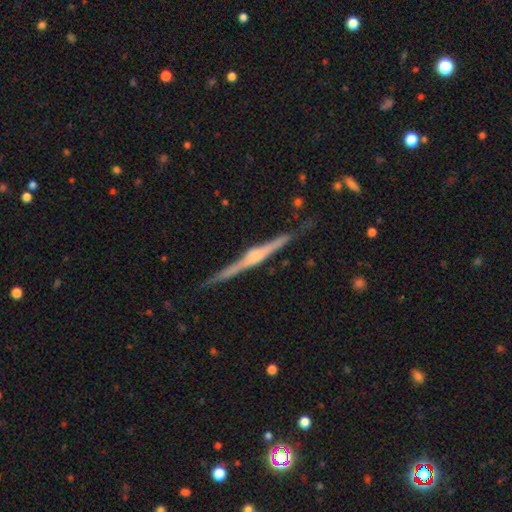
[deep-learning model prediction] Smooth or featured?
  - featured or disk: 81% *
  - smooth: 14%
  - star or artifact: 5%
Edge-on disk?
  - yes: 98% *
  - no: 2%
Edge-on bulge?
  - rounded: 63% *
  - boxy: 23%
  - none: 13%
Merging?
  - none: 85% *
  - minor disturbance: 11%
  - major disturbance: 2%
  - merger: 2%